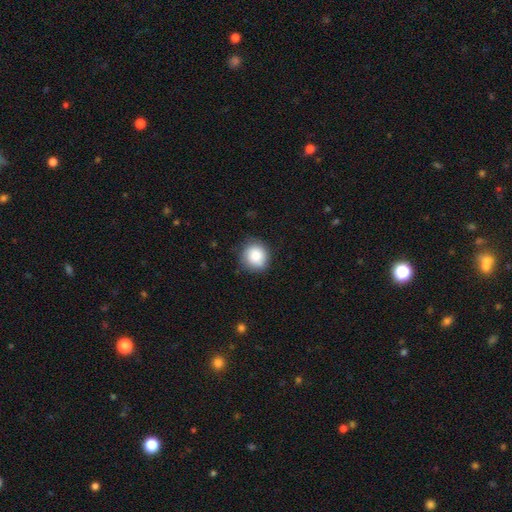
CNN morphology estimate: Smooth or featured?
  - smooth: 87% *
  - star or artifact: 8%
  - featured or disk: 5%
How rounded?
  - round: 85% *
  - in between: 14%
  - cigar-shaped: 1%
Merging?
  - none: 84% *
  - minor disturbance: 13%
  - major disturbance: 3%
  - merger: 1%